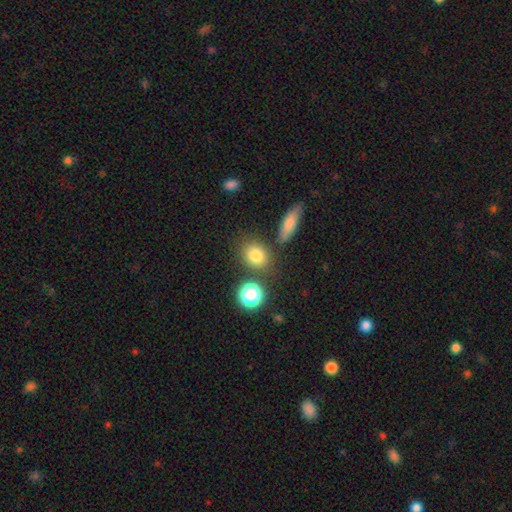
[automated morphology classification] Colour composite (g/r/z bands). It shows a smooth galaxy with no disk features (79%) that is round (61%). Merging: none (76%).